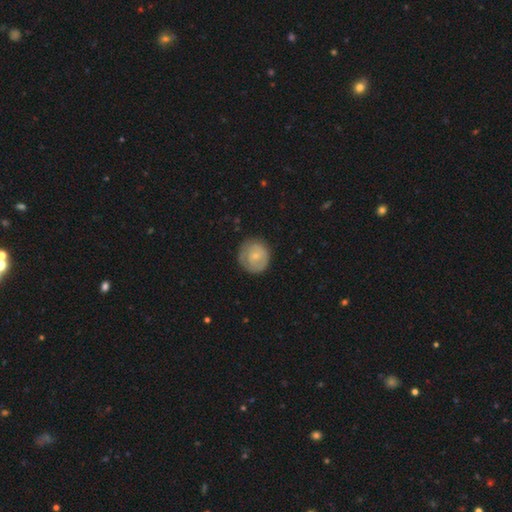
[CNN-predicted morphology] This is possibly a smooth galaxy (58%). How rounded: clearly round (88%). Merging: likely none (75%).